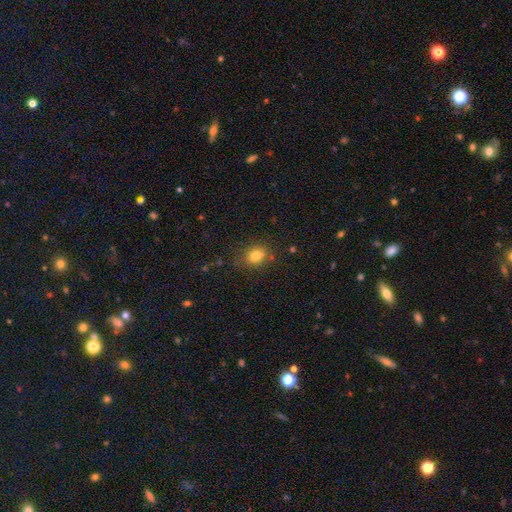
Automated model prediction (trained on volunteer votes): This is likely a smooth galaxy (78%). How rounded: possibly round (55%). Merging: likely none (76%).